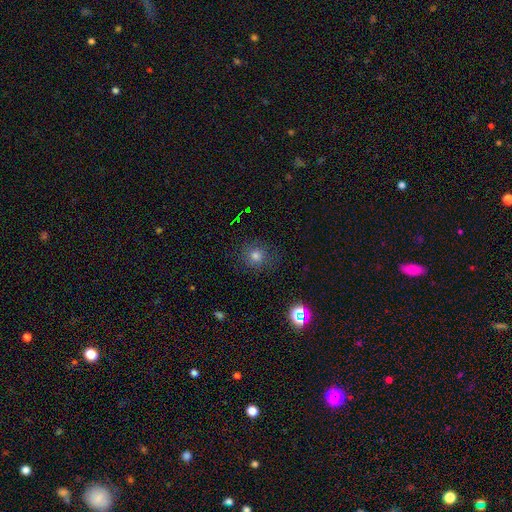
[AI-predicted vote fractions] The model was most divided on "smooth or featured": smooth: 70%, star or artifact: 21%, featured or disk: 8%. More confident: how rounded — round (88%); merging — none (84%).